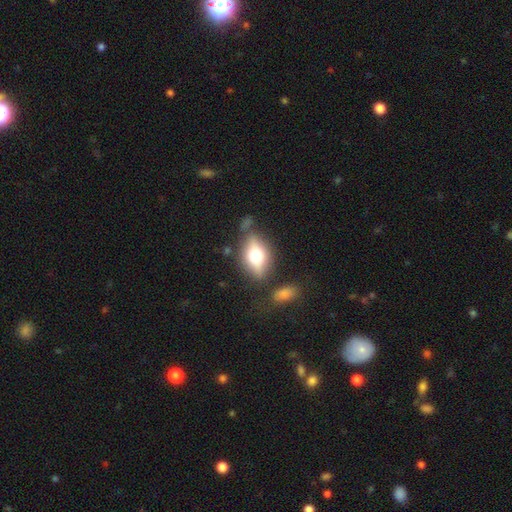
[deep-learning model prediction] smooth 55%, featured or disk 36%, star or artifact 9%. Down the decision tree: how rounded — in between (75%); merging — none (71%).